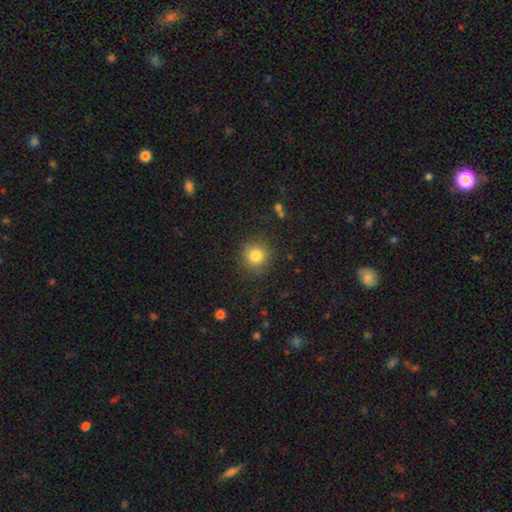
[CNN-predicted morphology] Smooth or featured?
  - smooth: 82% *
  - star or artifact: 11%
  - featured or disk: 7%
How rounded?
  - round: 91% *
  - in between: 8%
  - cigar-shaped: 1%
Merging?
  - none: 85% *
  - minor disturbance: 10%
  - major disturbance: 4%
  - merger: 2%